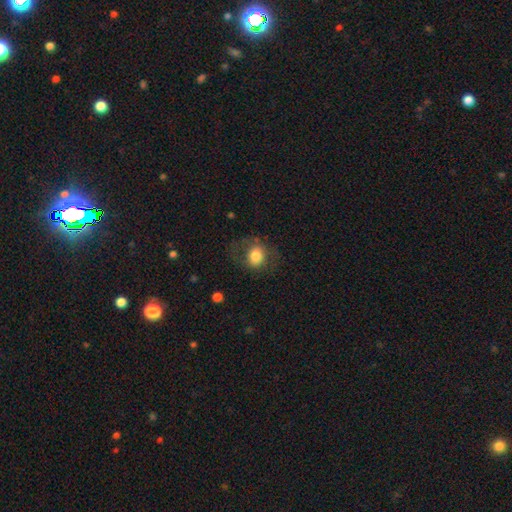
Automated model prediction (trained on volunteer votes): smooth 73%, featured or disk 19%, star or artifact 8%. Down the decision tree: how rounded — round (60%); merging — none (62%).